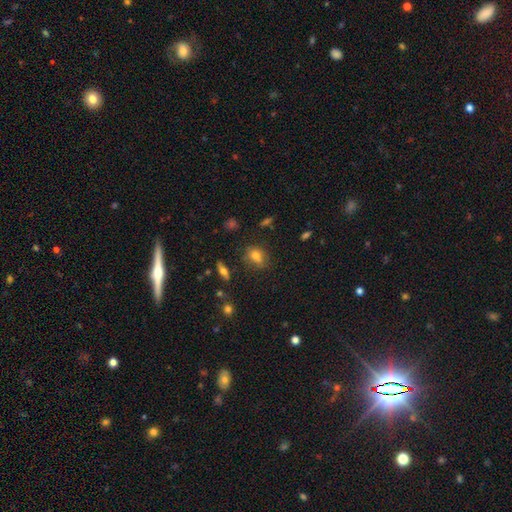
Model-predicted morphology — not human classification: smooth_or_featured: smooth (p=0.74) [alt: featured or disk p=0.13]
how_rounded: in between (p=0.56) [alt: round p=0.41]
merging: none (p=0.70) [alt: minor disturbance p=0.20]